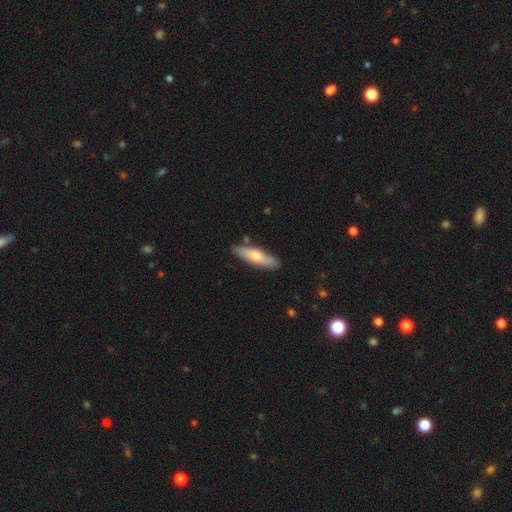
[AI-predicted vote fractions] Morphology: type=smooth (63%); roundness=cigar-shaped (64%); merging=none (81%).